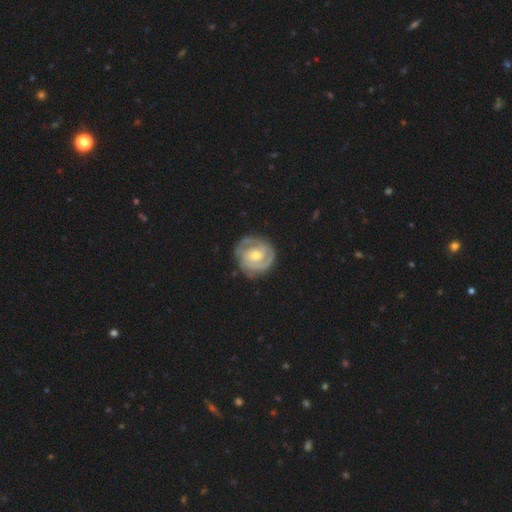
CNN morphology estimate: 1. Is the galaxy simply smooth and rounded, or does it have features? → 86% featured or disk, 10% smooth, 4% star or artifact.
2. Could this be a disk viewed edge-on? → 98% no, 2% yes.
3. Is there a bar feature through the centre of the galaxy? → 58% no, 33% weak, 9% strong.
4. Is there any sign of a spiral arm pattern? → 96% yes, 4% no.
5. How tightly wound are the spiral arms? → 72% tight, 23% medium, 4% loose.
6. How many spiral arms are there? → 51% 2, 21% 3, 15% can't tell, 5% 1, 4% 4, 4% more than 4.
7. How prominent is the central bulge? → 59% moderate, 36% small, 2% large, 1% none, 1% dominant.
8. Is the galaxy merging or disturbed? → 81% none, 14% minor disturbance, 4% major disturbance, 1% merger.